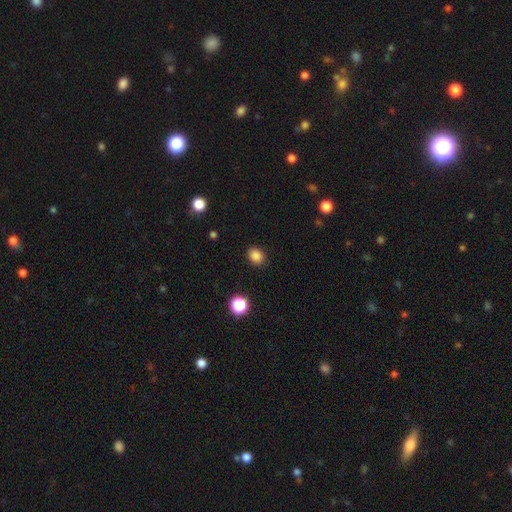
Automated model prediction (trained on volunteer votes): Smooth or featured: smooth — 85% (star or artifact — 12%)
How rounded: round — 55% (in between — 44%)
Merging: none — 89% (minor disturbance — 8%)